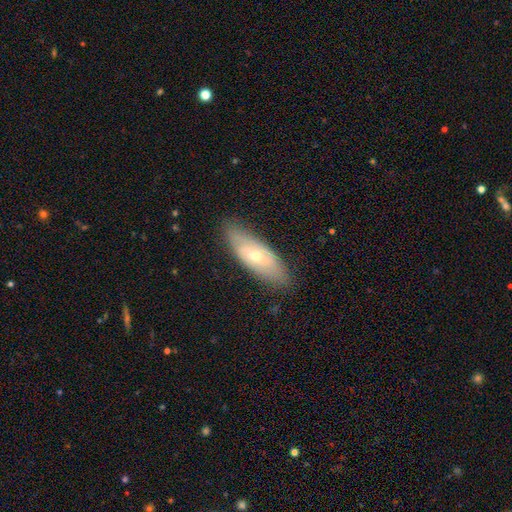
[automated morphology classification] featured or disk 54%, smooth 39%, star or artifact 7%. Down the decision tree: edge-on disk — no (76%); merging — none (83%).